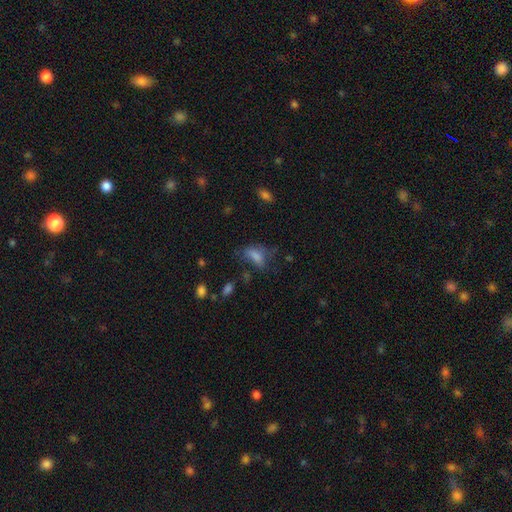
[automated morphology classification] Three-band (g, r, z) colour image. It shows a smooth galaxy with no disk features (71%) that is in between round and cigar-shaped (83%). Merging: none (41%).